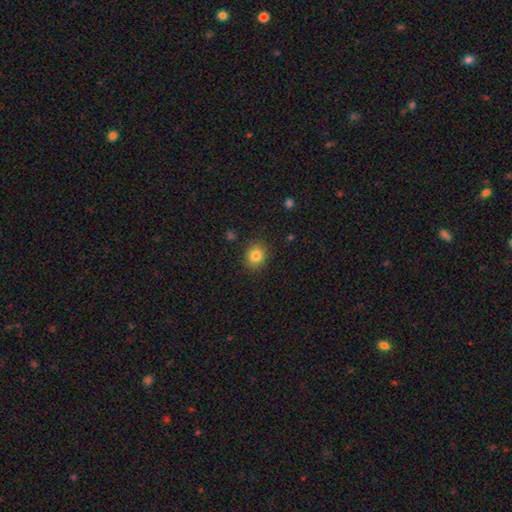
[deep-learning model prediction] This is clearly a smooth galaxy (84%). How rounded: likely round (76%). Merging: clearly none (88%).